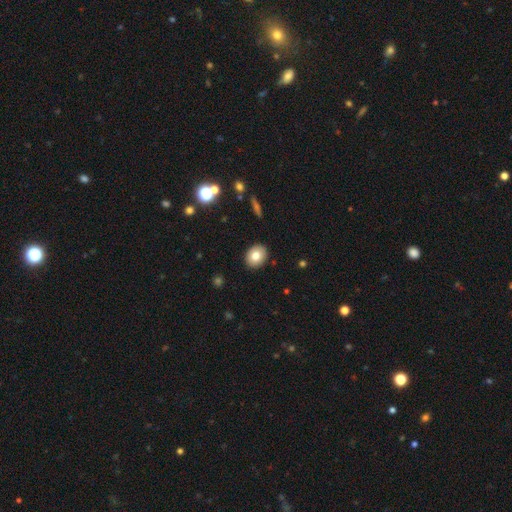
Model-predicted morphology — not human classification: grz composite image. It shows a smooth galaxy with no disk features (78%) that is round (51%). Merging: none (90%).